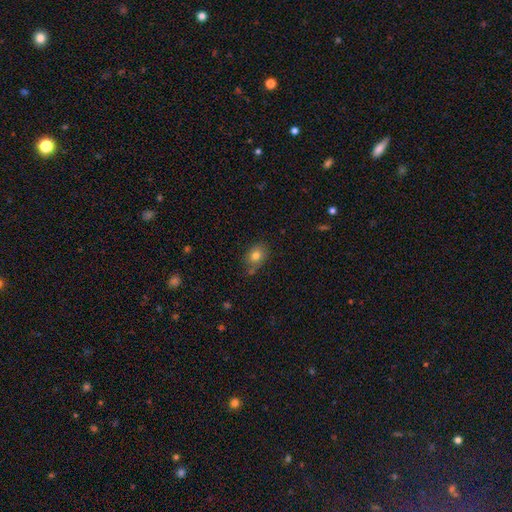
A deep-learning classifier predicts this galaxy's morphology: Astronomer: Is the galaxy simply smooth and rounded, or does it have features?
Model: smooth — 78%.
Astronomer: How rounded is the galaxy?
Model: in between — 67%.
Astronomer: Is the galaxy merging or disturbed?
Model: none — 67%.